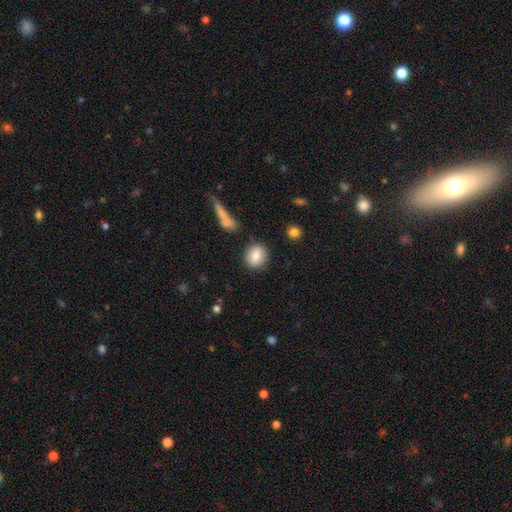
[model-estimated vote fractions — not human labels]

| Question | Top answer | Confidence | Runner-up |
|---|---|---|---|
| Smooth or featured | smooth | 82% | featured or disk (10%) |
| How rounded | round | 76% | in between (22%) |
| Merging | none | 86% | minor disturbance (8%) |